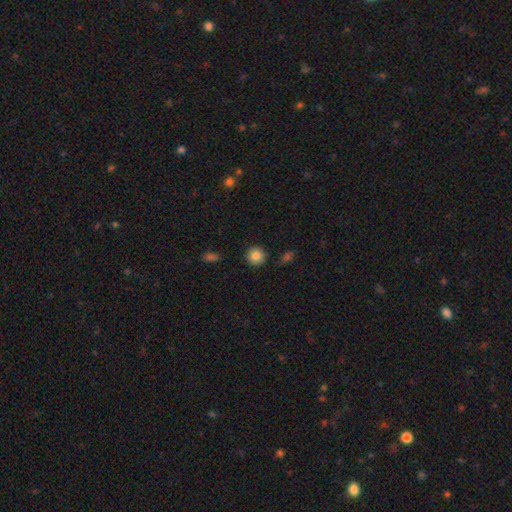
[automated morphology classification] Overall: smooth (85%). How rounded: round (93%). Merging: none (88%).